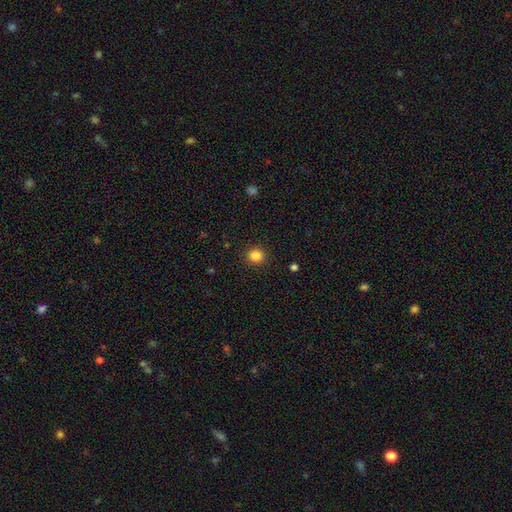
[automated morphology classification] smooth 85%, star or artifact 12%, featured or disk 4%. Down the decision tree: how rounded — round (92%); merging — none (91%).